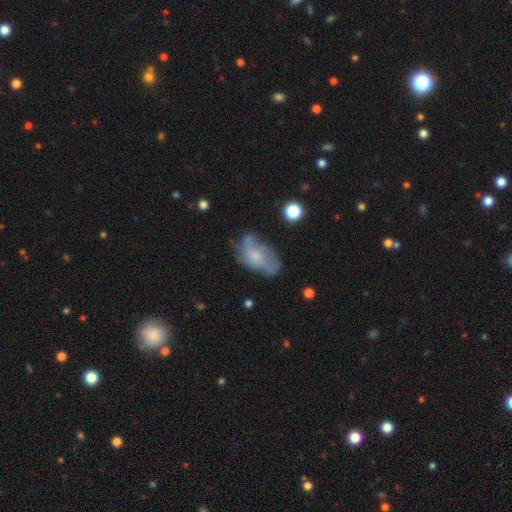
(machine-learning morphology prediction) This is possibly a featured or disk galaxy (47%). Merging: marginally none (43%).